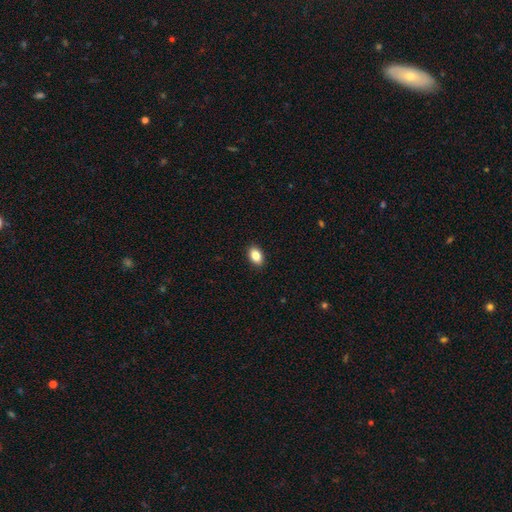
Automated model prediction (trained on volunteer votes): A smooth galaxy with no disk features (86%) that is in between round and cigar-shaped (87%). Merging: none (90%).